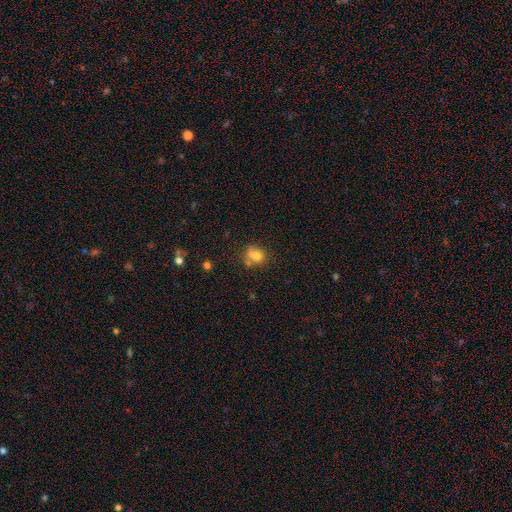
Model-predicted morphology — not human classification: Smooth or featured? Predicted: smooth (p=0.72). How rounded? Predicted: round (p=0.63). Merging? Predicted: none (p=0.44).